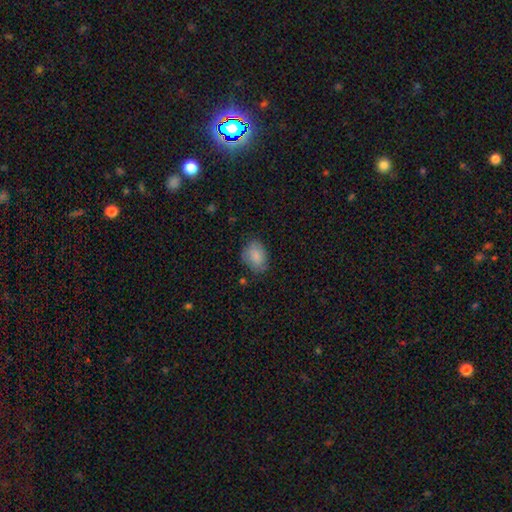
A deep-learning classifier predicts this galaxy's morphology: Q: Smooth or featured?
A: smooth (85%); runner-up: featured or disk (8%)
Q: How rounded?
A: in between (74%); runner-up: round (25%)
Q: Merging?
A: none (72%); runner-up: minor disturbance (22%)